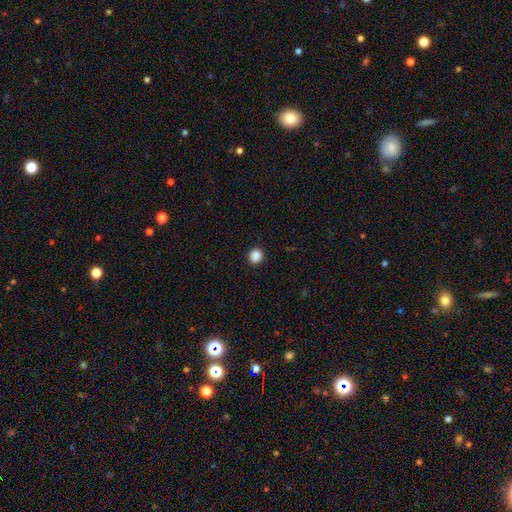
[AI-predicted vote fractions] Smooth or featured? smooth (88%)
How rounded? round (84%)
Merging? none (91%)